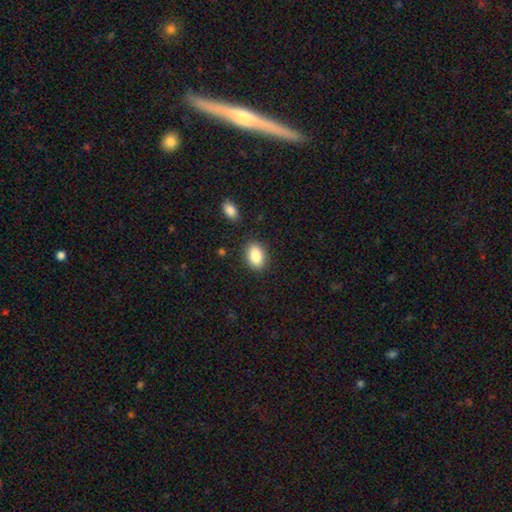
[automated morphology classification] A smooth galaxy with no disk features (87%) that is in between round and cigar-shaped (87%).

Vote fractions:
- Smooth or featured? smooth: 87% / star or artifact: 7% / featured or disk: 5%
- How rounded? in between: 87% / round: 12% / cigar-shaped: 2%
- Merging? none: 85% / minor disturbance: 10% / major disturbance: 3% / merger: 2%